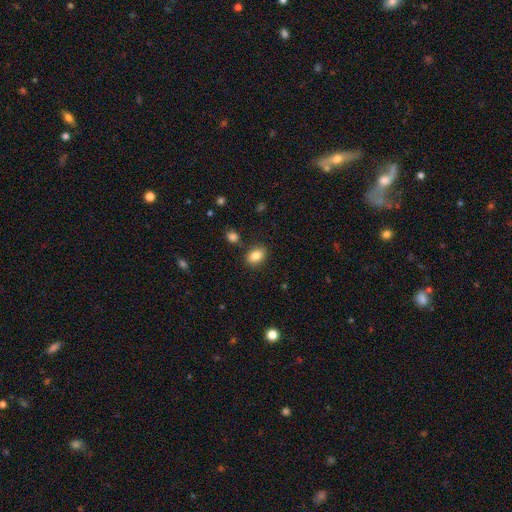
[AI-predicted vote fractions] Overall: smooth (85%). How rounded: in between (79%). Merging: none (82%).